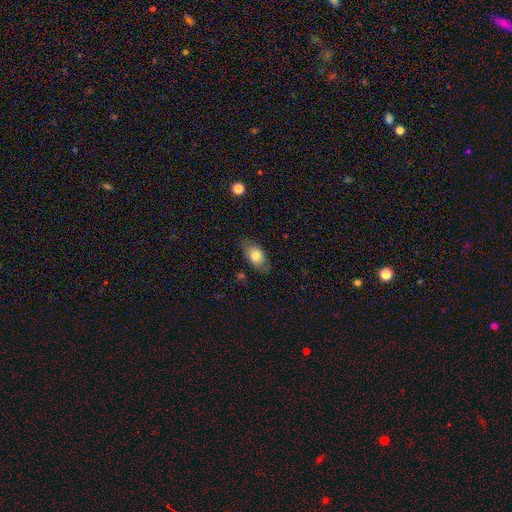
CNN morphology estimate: Smooth or featured?
  - smooth: 72% *
  - featured or disk: 21%
  - star or artifact: 7%
How rounded?
  - in between: 86% *
  - round: 9%
  - cigar-shaped: 5%
Merging?
  - none: 78% *
  - minor disturbance: 16%
  - major disturbance: 5%
  - merger: 1%